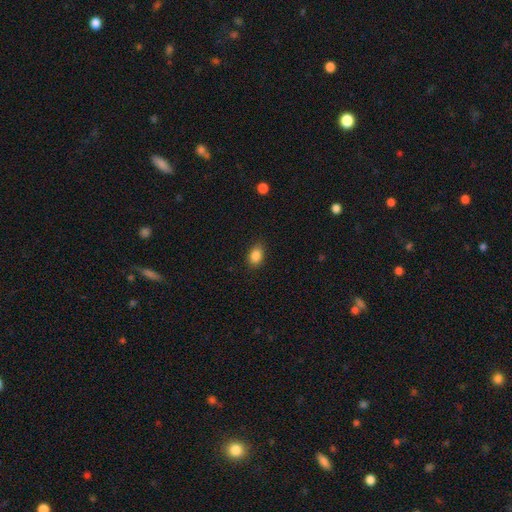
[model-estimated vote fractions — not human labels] Morphology: type=smooth (87%); roundness=in between (78%); merging=none (85%).